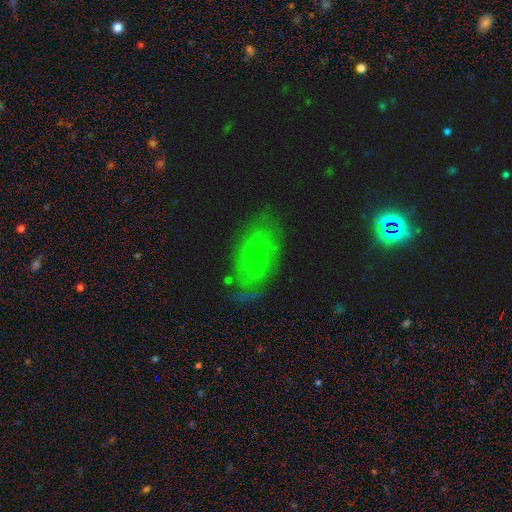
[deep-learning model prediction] Overall: featured or disk (47%; smooth 37%). Merging: none (68%).